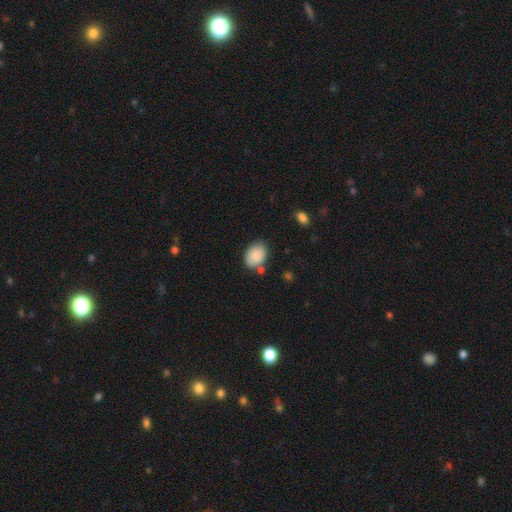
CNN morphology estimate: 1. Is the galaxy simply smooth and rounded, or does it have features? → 86% smooth, 7% star or artifact, 7% featured or disk.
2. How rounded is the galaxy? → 78% in between, 21% round, 1% cigar-shaped.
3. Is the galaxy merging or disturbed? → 70% none, 19% minor disturbance, 7% merger, 4% major disturbance.